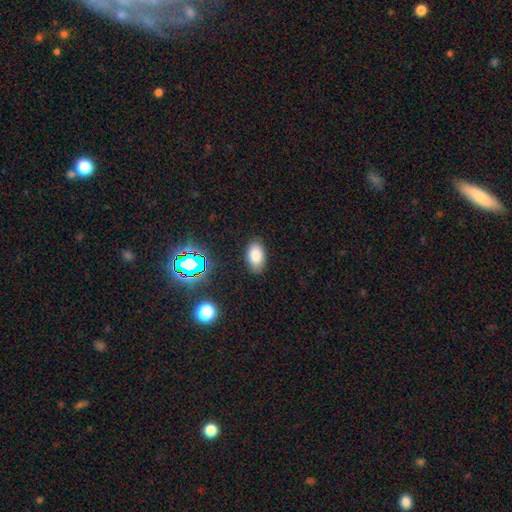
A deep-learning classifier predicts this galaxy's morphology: Q: Smooth or featured?
A: smooth (80%); runner-up: star or artifact (13%)
Q: How rounded?
A: in between (93%); runner-up: round (5%)
Q: Merging?
A: none (85%); runner-up: minor disturbance (11%)